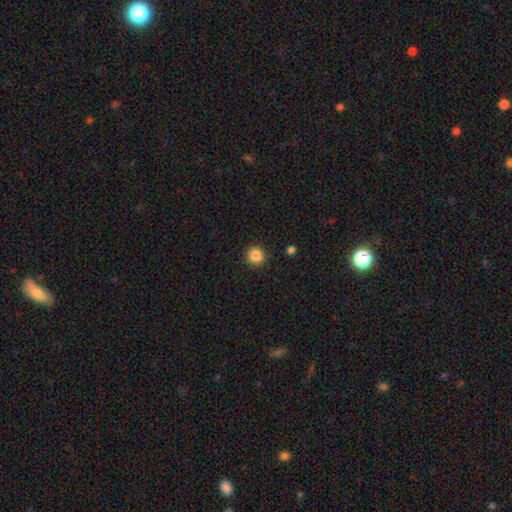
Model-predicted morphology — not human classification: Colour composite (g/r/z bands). It shows a smooth galaxy with no disk features (87%) that is round (89%). Merging: none (91%).